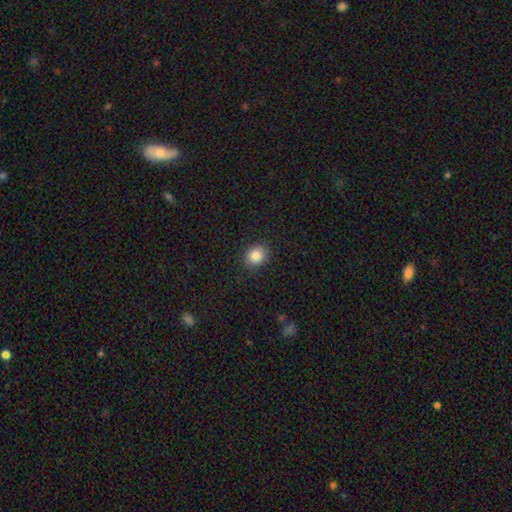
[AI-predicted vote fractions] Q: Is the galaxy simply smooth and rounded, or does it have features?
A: smooth — 85%.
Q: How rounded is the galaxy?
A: round — 65%.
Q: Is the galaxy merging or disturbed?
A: none — 88%.